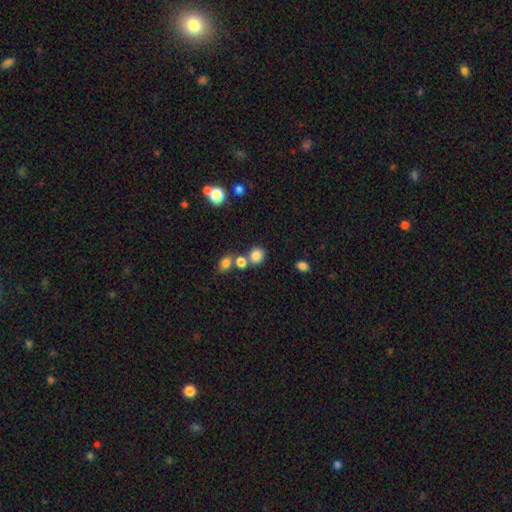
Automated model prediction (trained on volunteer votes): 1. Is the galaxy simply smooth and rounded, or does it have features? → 83% smooth, 11% star or artifact, 6% featured or disk.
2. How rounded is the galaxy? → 75% round, 24% in between, 1% cigar-shaped.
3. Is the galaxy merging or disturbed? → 59% none, 26% merger, 10% minor disturbance, 4% major disturbance.